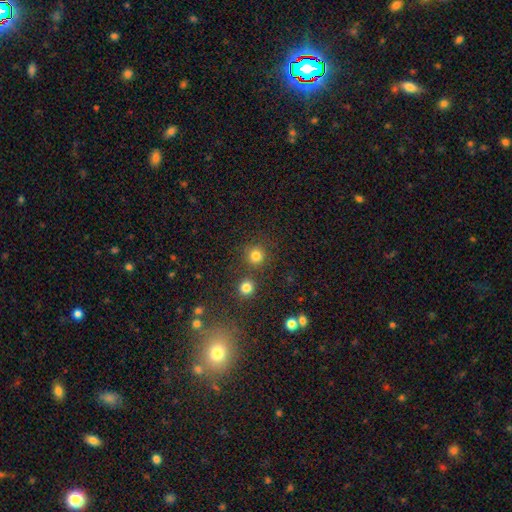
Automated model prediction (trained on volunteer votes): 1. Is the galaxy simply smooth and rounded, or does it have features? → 80% smooth, 15% star or artifact, 5% featured or disk.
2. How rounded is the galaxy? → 93% round, 6% in between, 1% cigar-shaped.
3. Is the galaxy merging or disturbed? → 79% none, 11% merger, 7% minor disturbance, 3% major disturbance.